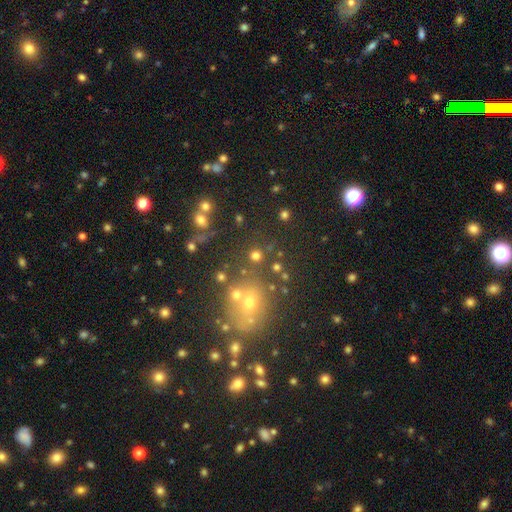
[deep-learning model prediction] Smooth or featured? Predicted: smooth (p=0.71). How rounded? Predicted: round (p=0.90). Merging? Predicted: none (p=0.77).